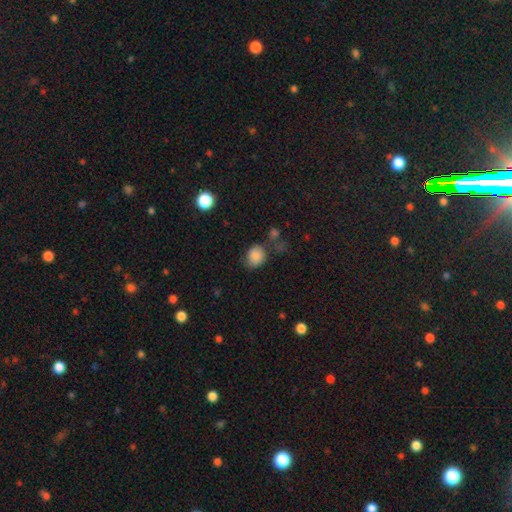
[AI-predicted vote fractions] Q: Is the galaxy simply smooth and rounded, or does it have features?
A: smooth — 83%.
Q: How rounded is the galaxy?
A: round — 63%.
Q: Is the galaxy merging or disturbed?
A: none — 57%.